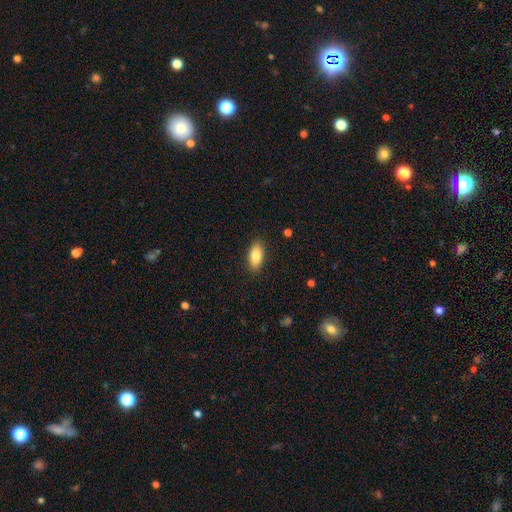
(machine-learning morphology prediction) This is clearly a smooth galaxy (85%). How rounded: clearly in between (88%). Merging: clearly none (88%).